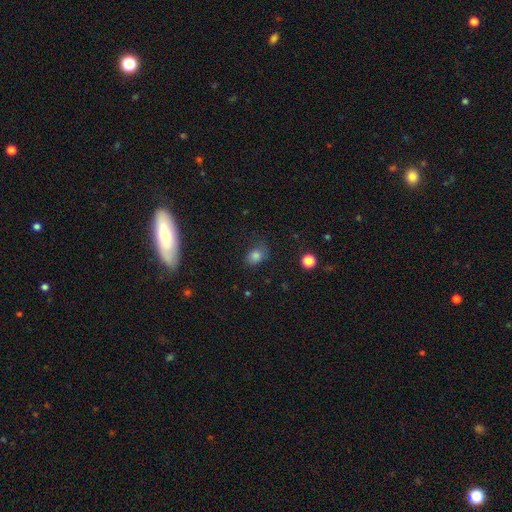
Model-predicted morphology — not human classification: Overall: smooth (80%). How rounded: in between (65%; round 34%). Merging: none (66%).